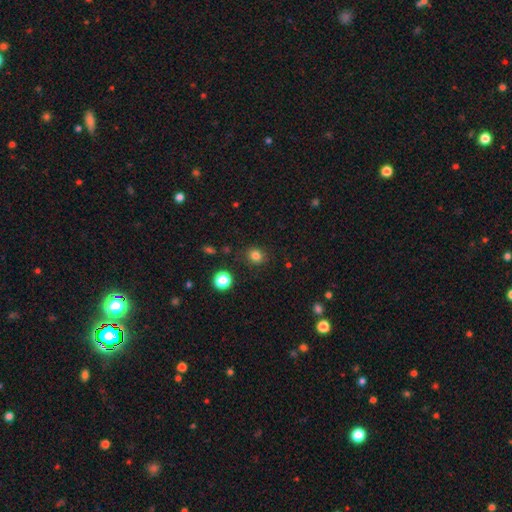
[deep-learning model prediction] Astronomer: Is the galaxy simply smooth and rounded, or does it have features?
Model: smooth — 82%.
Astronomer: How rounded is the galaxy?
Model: round — 79%.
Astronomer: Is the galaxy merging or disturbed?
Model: none — 87%.